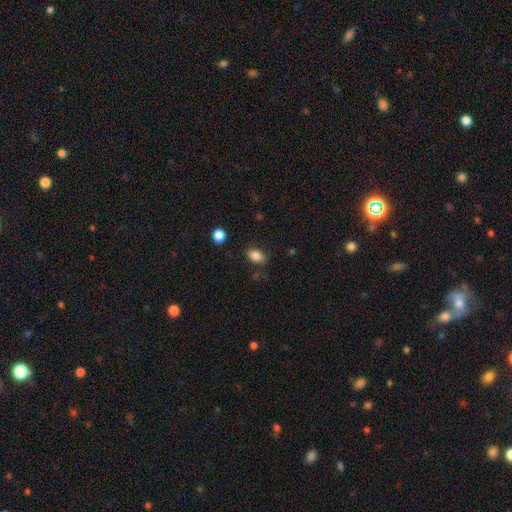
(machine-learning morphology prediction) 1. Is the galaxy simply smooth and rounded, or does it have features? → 84% smooth, 9% star or artifact, 6% featured or disk.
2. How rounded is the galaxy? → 83% in between, 15% round, 2% cigar-shaped.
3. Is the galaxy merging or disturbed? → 80% none, 14% minor disturbance, 4% major disturbance, 3% merger.